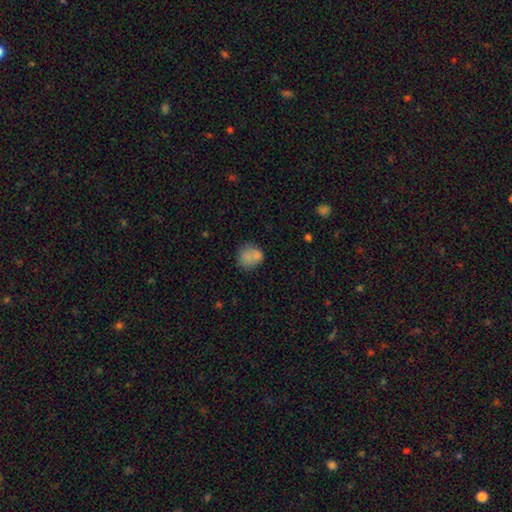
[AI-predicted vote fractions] This appears to be a smooth galaxy with no disk features (78%) that is round (73%). Merging: none (56%).